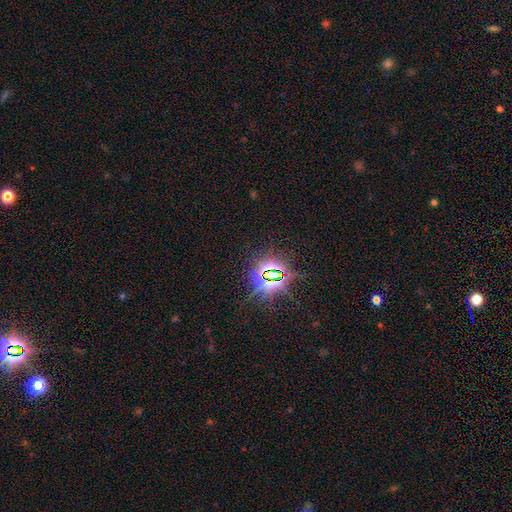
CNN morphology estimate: Q: Smooth or featured?
A: star or artifact (84%); runner-up: smooth (9%)